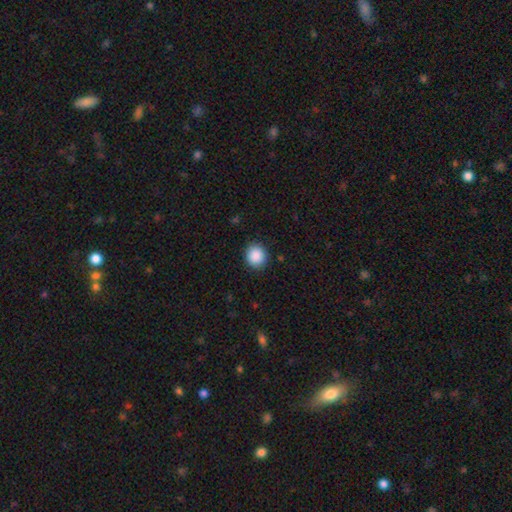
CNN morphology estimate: This is clearly a smooth galaxy (89%). How rounded: clearly round (83%). Merging: clearly none (89%).